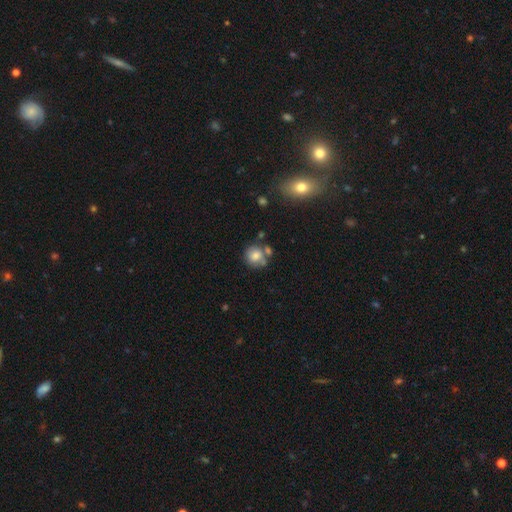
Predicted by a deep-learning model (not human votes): Smooth or featured: smooth — 77% (featured or disk — 14%)
How rounded: round — 84% (in between — 15%)
Merging: none — 57% (merger — 20%)